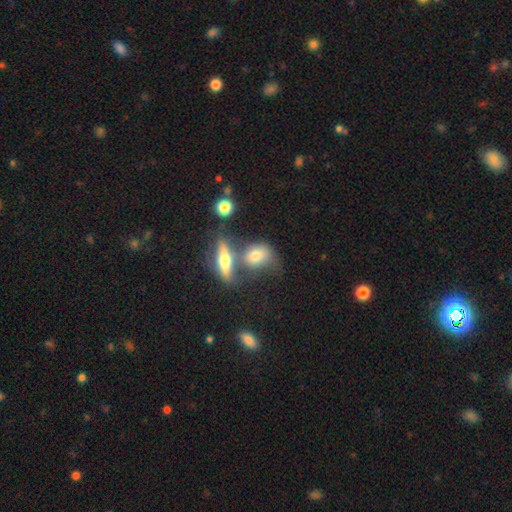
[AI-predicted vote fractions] Smooth or featured?
  - smooth: 68% *
  - featured or disk: 23%
  - star or artifact: 9%
How rounded?
  - in between: 59% *
  - round: 34%
  - cigar-shaped: 7%
Merging?
  - merger: 41% *
  - none: 38%
  - minor disturbance: 13%
  - major disturbance: 7%